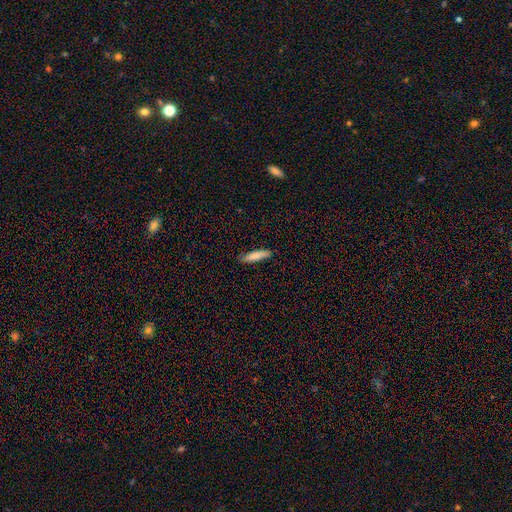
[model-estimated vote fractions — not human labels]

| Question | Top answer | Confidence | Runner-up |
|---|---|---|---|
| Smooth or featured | smooth | 82% | featured or disk (12%) |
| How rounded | cigar-shaped | 83% | in between (16%) |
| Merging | none | 87% | minor disturbance (10%) |